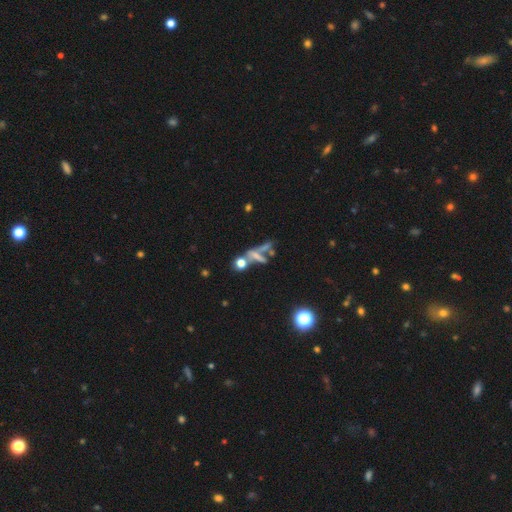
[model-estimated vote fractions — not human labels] A smooth galaxy with no disk features (44%).

Vote fractions:
- Smooth or featured? smooth: 44% / featured or disk: 35% / star or artifact: 21%
- Merging? merger: 40% / none: 31% / major disturbance: 18% / minor disturbance: 12%